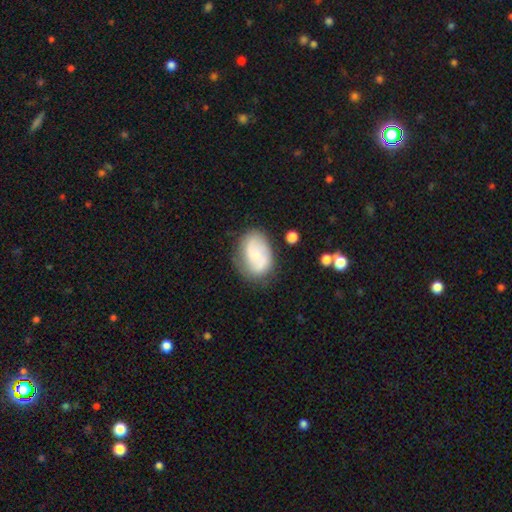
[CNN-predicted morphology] Smooth or featured: featured or disk — 53% (smooth — 40%)
Edge-on disk: no — 97% (yes — 3%)
Bar: no — 64% (weak — 30%)
Spiral arms: yes — 80% (no — 20%)
Bulge size: small — 55% (moderate — 31%)
Merging: none — 62% (minor disturbance — 23%)